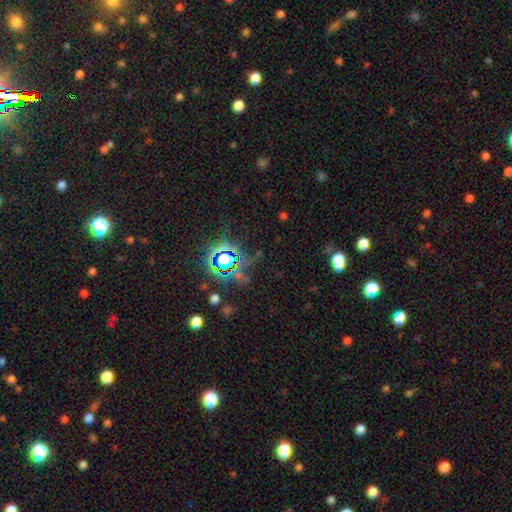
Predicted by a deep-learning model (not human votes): Morphology: type=star or artifact (71%).